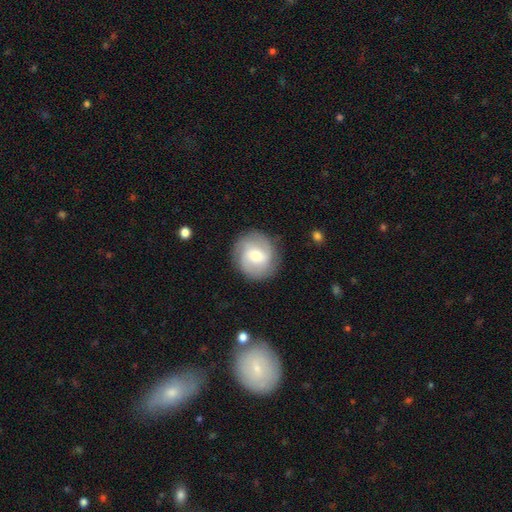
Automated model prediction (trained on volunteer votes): Q: Smooth or featured?
A: featured or disk (56%); runner-up: smooth (37%)
Q: Edge-on disk?
A: no (97%); runner-up: yes (3%)
Q: Bar?
A: weak (47%); runner-up: no (40%)
Q: Spiral arms?
A: yes (86%); runner-up: no (14%)
Q: Bulge size?
A: moderate (62%); runner-up: small (30%)
Q: Merging?
A: none (85%); runner-up: minor disturbance (10%)